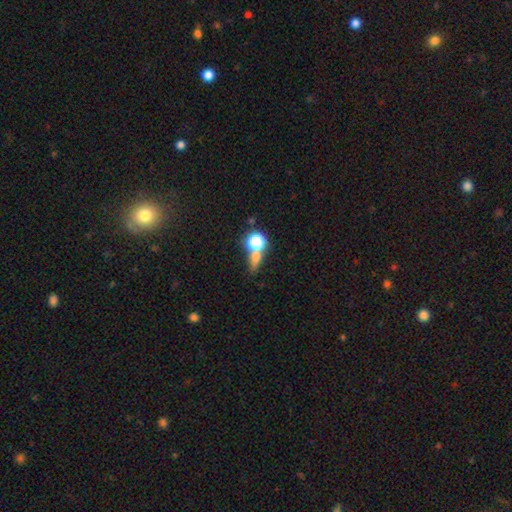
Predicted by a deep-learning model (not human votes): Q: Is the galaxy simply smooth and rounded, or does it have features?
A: smooth — 62%.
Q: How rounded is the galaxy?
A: round — 52%.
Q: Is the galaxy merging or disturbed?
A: none — 41%.